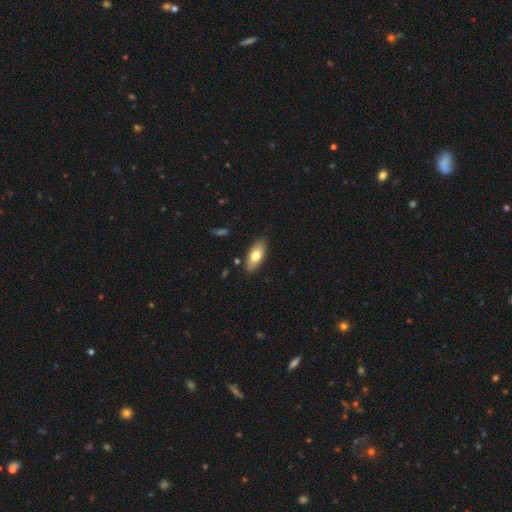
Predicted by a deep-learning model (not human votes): This appears to be a smooth galaxy with no disk features (73%) that is in between round and cigar-shaped (87%). Merging: none (86%).